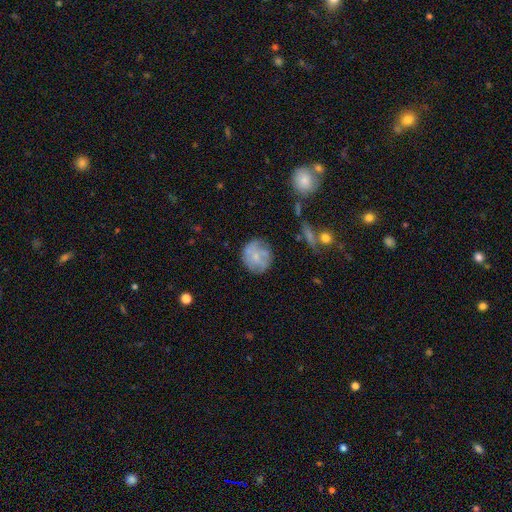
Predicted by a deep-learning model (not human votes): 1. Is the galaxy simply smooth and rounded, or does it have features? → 50% smooth, 41% featured or disk, 9% star or artifact.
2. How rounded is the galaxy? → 87% round, 12% in between, 1% cigar-shaped.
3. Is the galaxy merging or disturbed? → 69% none, 20% minor disturbance, 8% major disturbance, 3% merger.